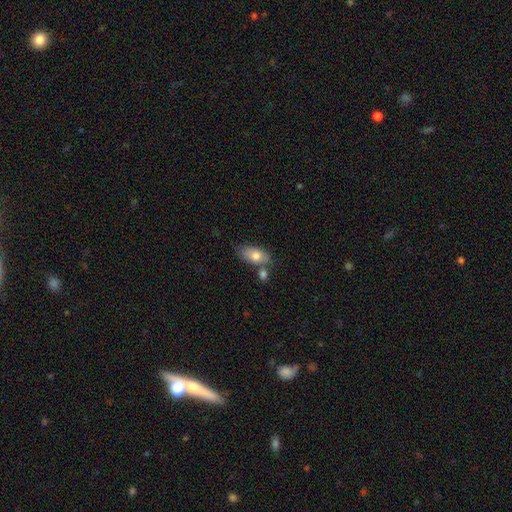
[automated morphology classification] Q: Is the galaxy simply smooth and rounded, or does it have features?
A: smooth — 77%.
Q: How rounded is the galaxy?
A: in between — 88%.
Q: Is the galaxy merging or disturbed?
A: none — 56%.